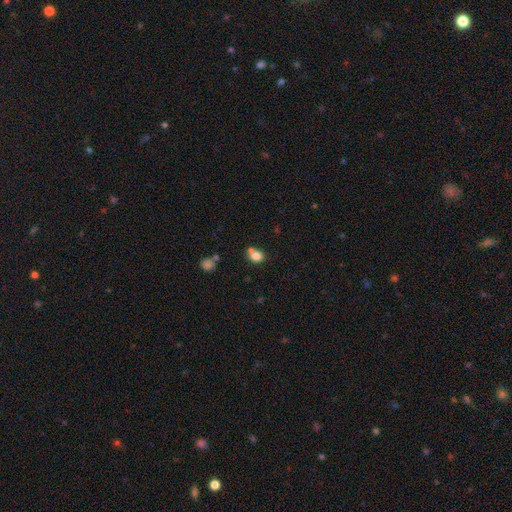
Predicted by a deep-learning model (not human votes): Smooth or featured?
  - smooth: 81% *
  - star or artifact: 12%
  - featured or disk: 7%
How rounded?
  - round: 61% *
  - in between: 38%
  - cigar-shaped: 1%
Merging?
  - none: 56% *
  - merger: 26%
  - minor disturbance: 13%
  - major disturbance: 4%